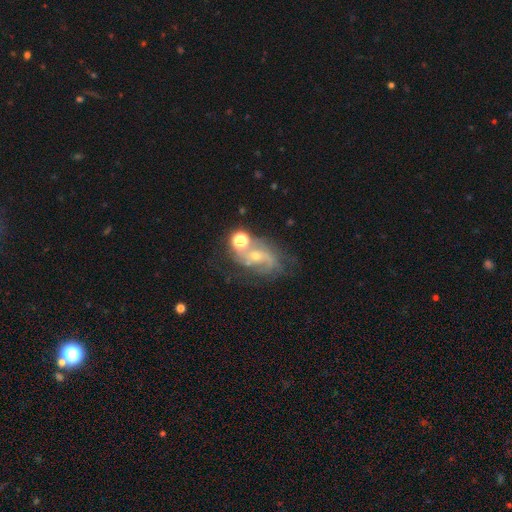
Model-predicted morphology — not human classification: smooth-or-featured: featured or disk: 72% | smooth: 15% | star or artifact: 13%
  disk-edge-on: no: 97% | yes: 3%
    bar: no: 56% | weak: 34% | strong: 10%
    has-spiral-arms: yes: 88% | no: 12%
      spiral-winding: loose: 42% | medium: 41% | tight: 17%
      spiral-arm-count: 2: 69% | can't tell: 14% | 1: 9% | 3: 5% | 4: 2% | more than 4: 2%
    bulge-size: small: 61% | moderate: 33% | none: 3% | large: 2% | dominant: 1%
  merging: none: 47% | minor disturbance: 20% | major disturbance: 17% | merger: 16%